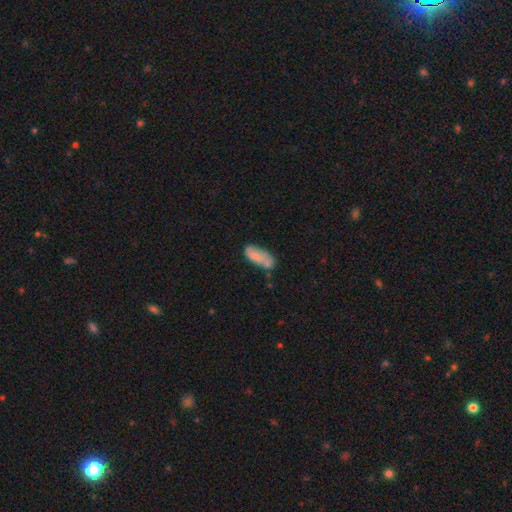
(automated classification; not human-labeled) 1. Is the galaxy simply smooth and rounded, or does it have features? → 73% smooth, 20% featured or disk, 7% star or artifact.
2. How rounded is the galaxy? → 82% in between, 16% cigar-shaped, 2% round.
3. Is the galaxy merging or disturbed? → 47% none, 28% minor disturbance, 15% merger, 10% major disturbance.